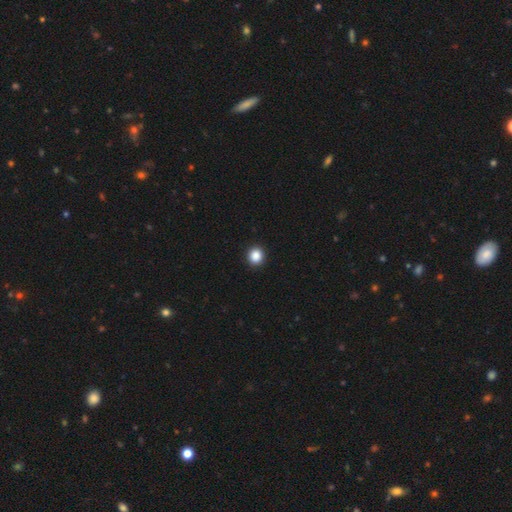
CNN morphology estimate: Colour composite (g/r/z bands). It shows a smooth galaxy with no disk features (87%) that is round (90%). Merging: none (93%).